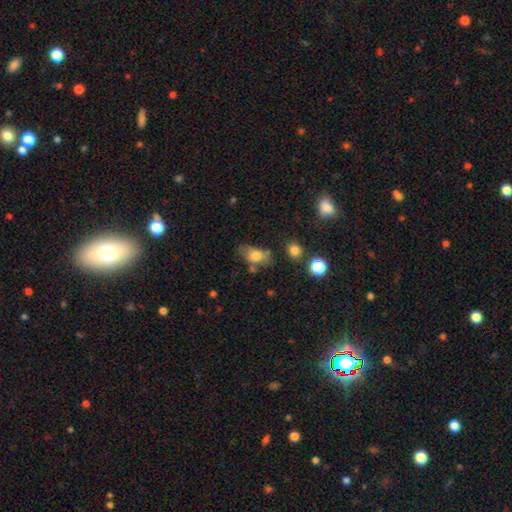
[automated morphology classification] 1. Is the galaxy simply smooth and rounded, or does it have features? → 75% smooth, 16% featured or disk, 9% star or artifact.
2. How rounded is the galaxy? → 83% in between, 13% round, 4% cigar-shaped.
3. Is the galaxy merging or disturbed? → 56% none, 25% minor disturbance, 10% major disturbance, 9% merger.